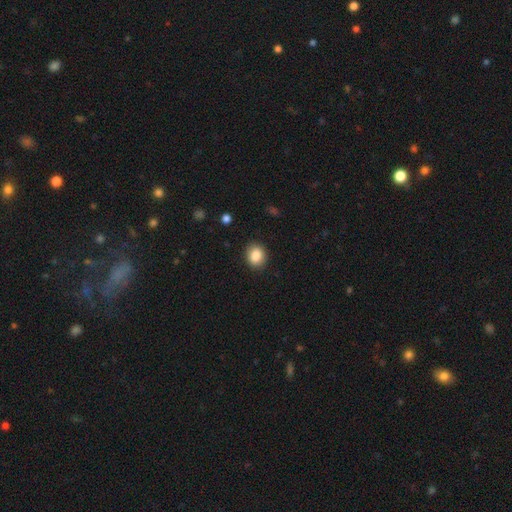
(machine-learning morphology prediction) Overall: smooth (86%). How rounded: round (59%; in between 40%). Merging: none (89%).